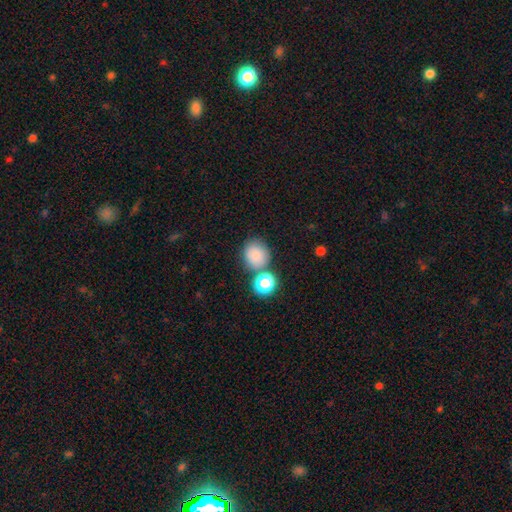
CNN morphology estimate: This appears to be a smooth galaxy with no disk features (83%) that is round (79%). Merging: none (62%).